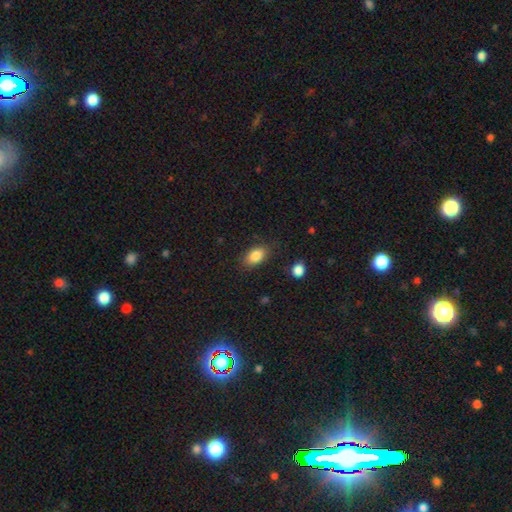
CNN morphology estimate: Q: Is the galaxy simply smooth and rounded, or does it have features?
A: smooth — 85%.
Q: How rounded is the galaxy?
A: in between — 89%.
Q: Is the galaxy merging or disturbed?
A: none — 82%.